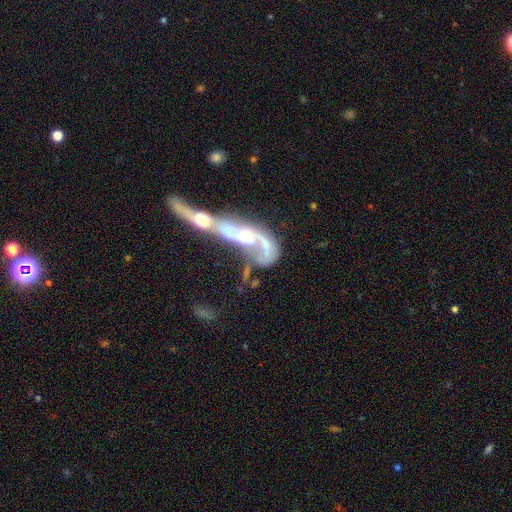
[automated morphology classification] Smooth or featured: featured or disk — 75% (smooth — 16%)
Edge-on disk: no — 79% (yes — 21%)
Bar: no — 66% (weak — 24%)
Spiral arms: yes — 65% (no — 35%)
Bulge size: moderate — 47% (small — 32%)
Merging: merger — 73% (major disturbance — 13%)